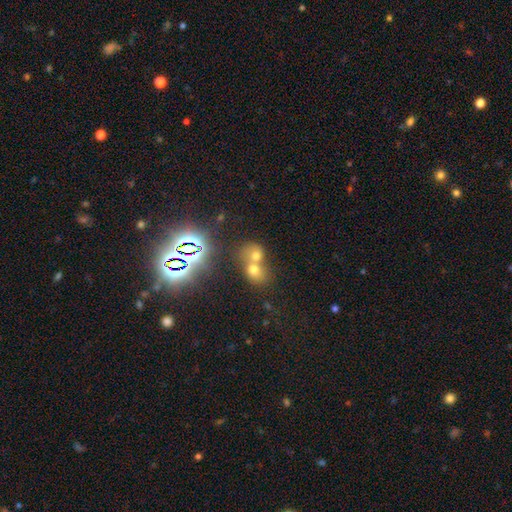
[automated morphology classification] Q: Smooth or featured?
A: smooth (60%); runner-up: star or artifact (23%)
Q: How rounded?
A: round (61%); runner-up: in between (37%)
Q: Merging?
A: merger (71%); runner-up: none (22%)